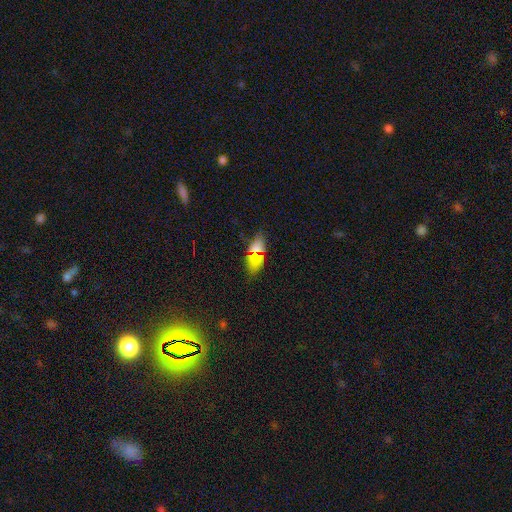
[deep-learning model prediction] This is likely a smooth galaxy (71%). How rounded: clearly in between (85%). Merging: clearly none (81%).